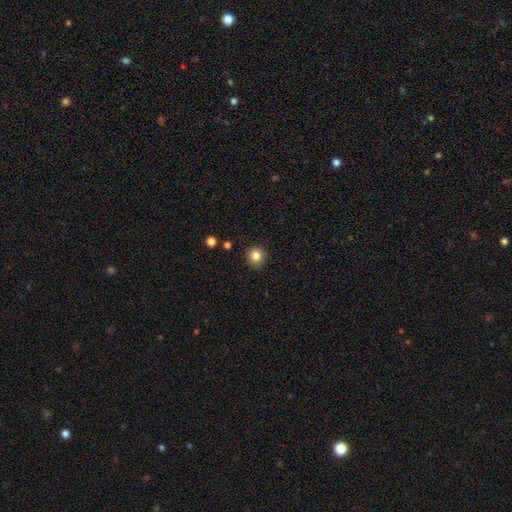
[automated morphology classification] smooth-or-featured: smooth: 83% | star or artifact: 11% | featured or disk: 5%
  how-rounded: round: 91% | in between: 8% | cigar-shaped: 1%
  merging: none: 87% | minor disturbance: 9% | major disturbance: 2% | merger: 2%